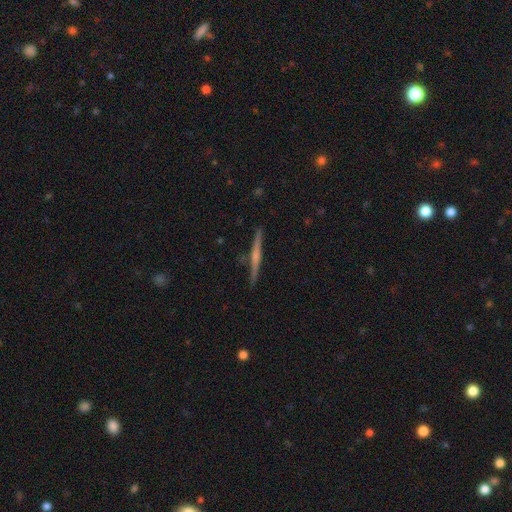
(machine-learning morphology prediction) The model was most divided on "edge-on bulge": rounded: 58%, none: 30%, boxy: 12%. More confident: edge-on disk — yes (98%); merging — none (89%); smooth or featured — featured or disk (68%).